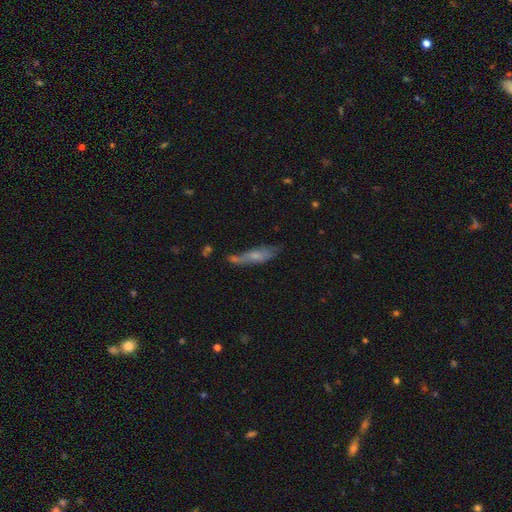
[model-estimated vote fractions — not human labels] smooth_or_featured: smooth (p=0.54) [alt: featured or disk p=0.37]
how_rounded: cigar-shaped (p=0.72) [alt: in between p=0.26]
merging: none (p=0.48) [alt: minor disturbance p=0.27]